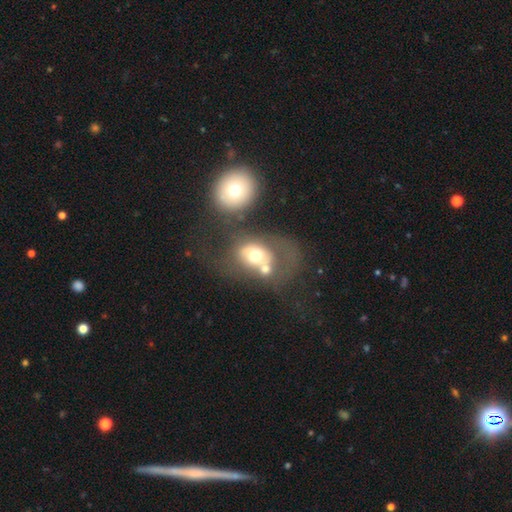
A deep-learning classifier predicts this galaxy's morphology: type=smooth (53%); roundness=in between (55%); merging=merger (45%).